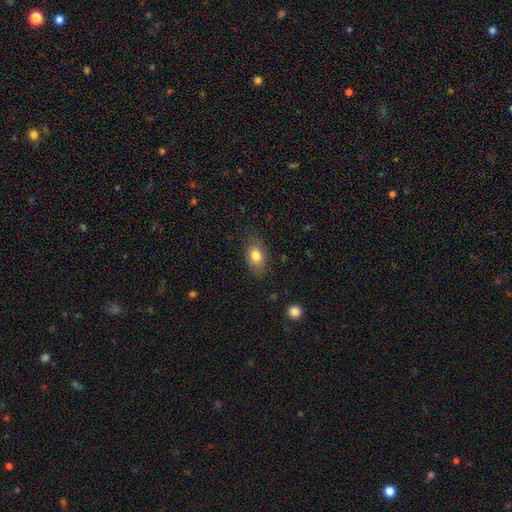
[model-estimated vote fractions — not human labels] Morphology: type=smooth (80%); roundness=in between (83%); merging=none (78%).